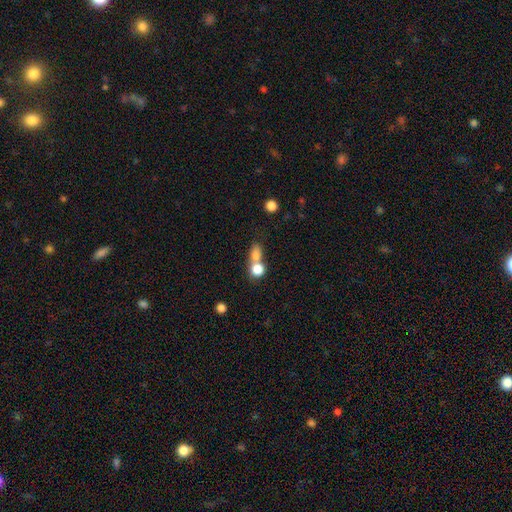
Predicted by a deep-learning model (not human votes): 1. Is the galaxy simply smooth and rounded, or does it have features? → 76% smooth, 13% star or artifact, 12% featured or disk.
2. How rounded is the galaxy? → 60% round, 37% in between, 3% cigar-shaped.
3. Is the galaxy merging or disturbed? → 57% merger, 32% none, 7% minor disturbance, 5% major disturbance.